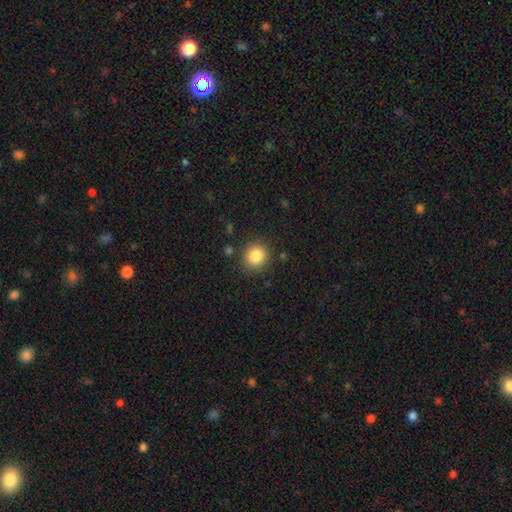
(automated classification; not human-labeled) Overall: smooth (84%). How rounded: round (88%). Merging: none (87%).